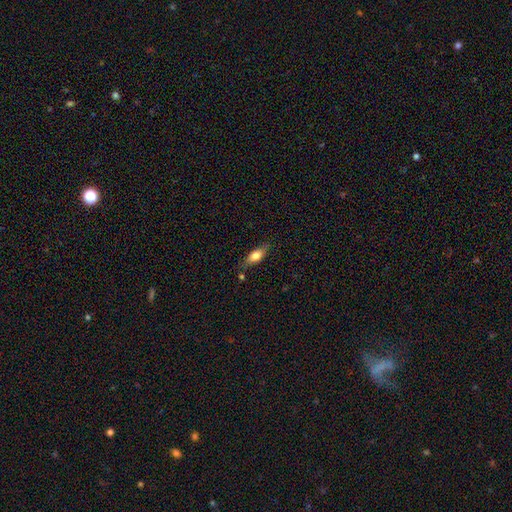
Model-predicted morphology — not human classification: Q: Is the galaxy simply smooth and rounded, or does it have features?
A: smooth — 67%.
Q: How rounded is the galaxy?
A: in between — 64%.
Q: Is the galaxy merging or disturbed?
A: none — 75%.